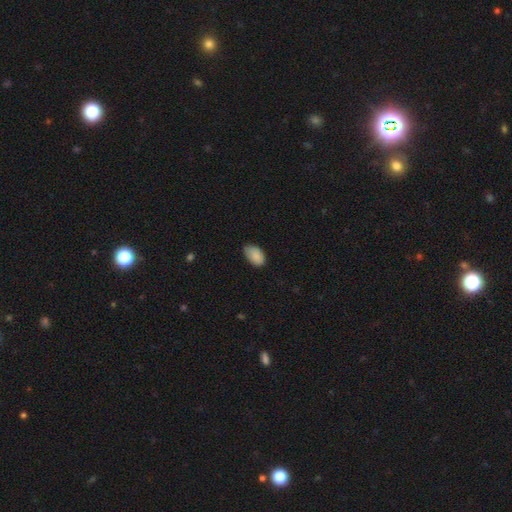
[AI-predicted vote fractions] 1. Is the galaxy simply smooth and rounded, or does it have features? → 88% smooth, 7% star or artifact, 5% featured or disk.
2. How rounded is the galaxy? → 92% in between, 7% round, 1% cigar-shaped.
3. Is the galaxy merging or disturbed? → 71% none, 25% minor disturbance, 3% major disturbance, 1% merger.